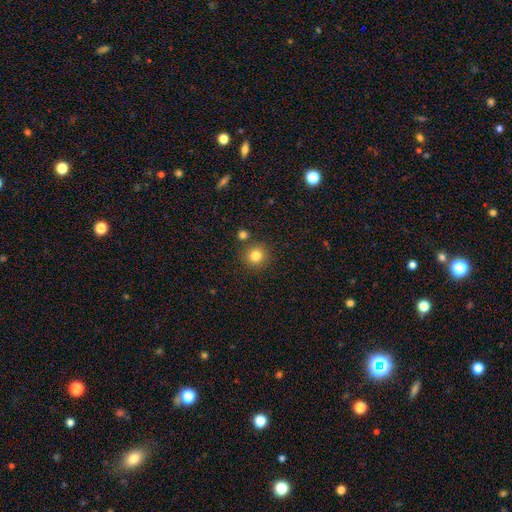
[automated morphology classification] Smooth or featured? smooth (83%)
How rounded? round (93%)
Merging? none (84%)